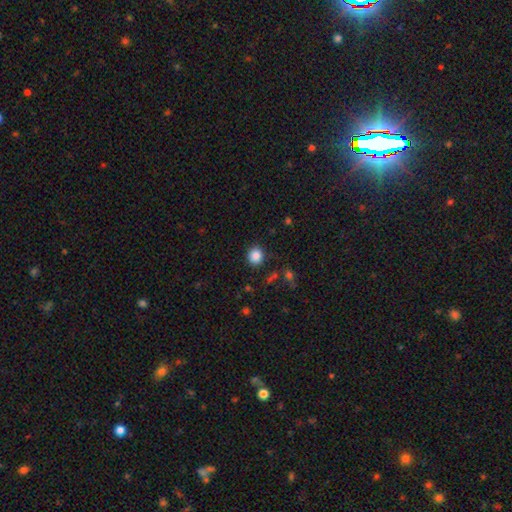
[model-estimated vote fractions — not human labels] Smooth or featured?
  - smooth: 86% *
  - star or artifact: 10%
  - featured or disk: 4%
How rounded?
  - round: 82% *
  - in between: 17%
  - cigar-shaped: 1%
Merging?
  - none: 88% *
  - minor disturbance: 8%
  - major disturbance: 3%
  - merger: 2%